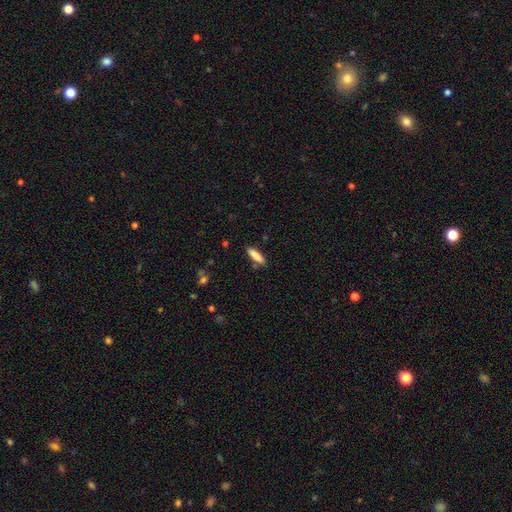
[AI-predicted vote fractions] smooth_or_featured: smooth (p=0.86) [alt: featured or disk p=0.08]
how_rounded: cigar-shaped (p=0.60) [alt: in between p=0.38]
merging: none (p=0.85) [alt: minor disturbance p=0.10]